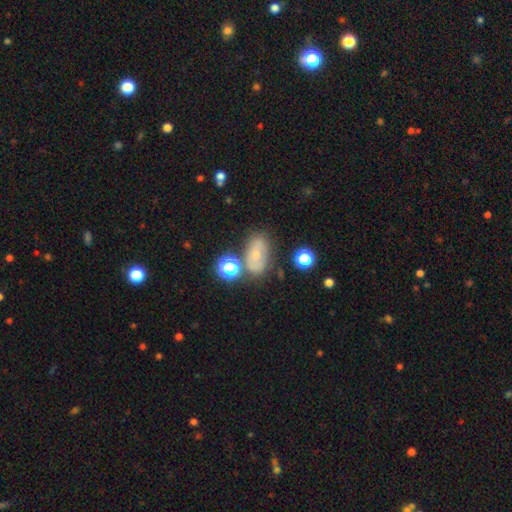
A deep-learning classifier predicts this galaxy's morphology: A smooth galaxy with no disk features (49%).

Vote fractions:
- Smooth or featured? smooth: 49% / featured or disk: 35% / star or artifact: 16%
- Merging? none: 62% / minor disturbance: 20% / merger: 10% / major disturbance: 8%